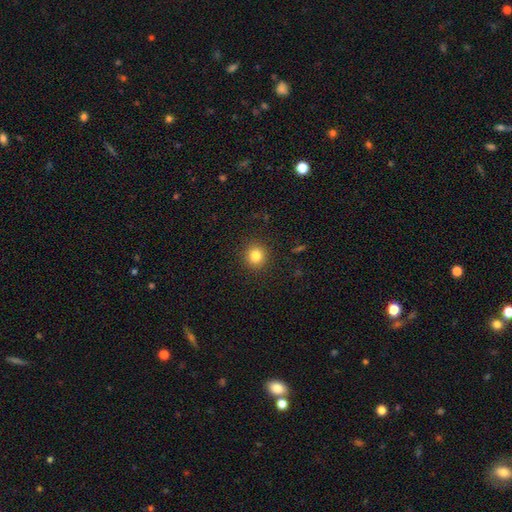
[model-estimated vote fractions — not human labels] The model was most divided on "smooth or featured": smooth: 82%, star or artifact: 12%, featured or disk: 6%. More confident: merging — none (91%); how rounded — round (91%).